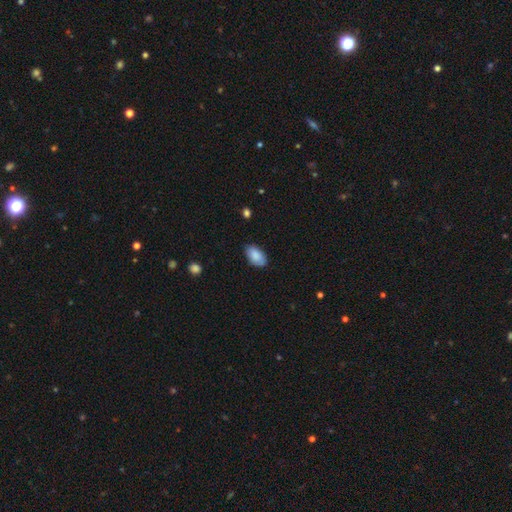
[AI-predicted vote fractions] Smooth or featured?
  - smooth: 87% *
  - featured or disk: 7%
  - star or artifact: 6%
How rounded?
  - in between: 95% *
  - round: 3%
  - cigar-shaped: 2%
Merging?
  - none: 81% *
  - minor disturbance: 16%
  - major disturbance: 3%
  - merger: 1%